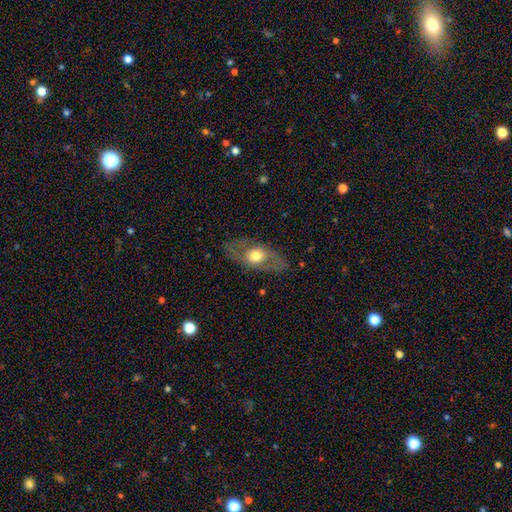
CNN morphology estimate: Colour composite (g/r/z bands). It shows a featured or disk galaxy (52%). Merging: none (79%).